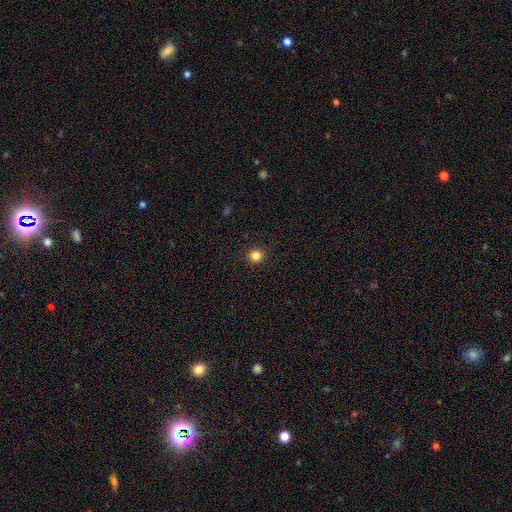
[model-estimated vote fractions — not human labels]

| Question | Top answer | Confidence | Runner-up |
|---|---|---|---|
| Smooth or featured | smooth | 84% | star or artifact (13%) |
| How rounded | round | 93% | in between (6%) |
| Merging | none | 92% | minor disturbance (5%) |